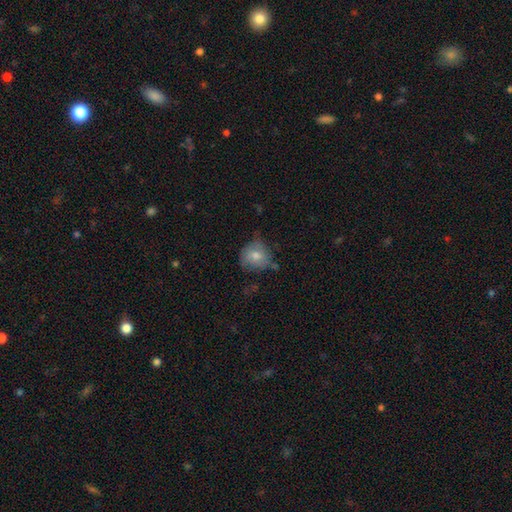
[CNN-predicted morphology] smooth_or_featured: smooth (p=0.66) [alt: featured or disk p=0.24]
how_rounded: round (p=0.77) [alt: in between p=0.22]
merging: none (p=0.59) [alt: minor disturbance p=0.29]